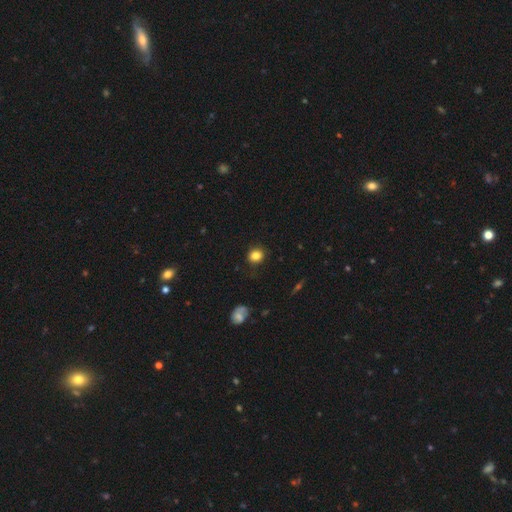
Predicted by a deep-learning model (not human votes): Morphology: type=smooth (83%); roundness=round (81%); merging=none (84%).